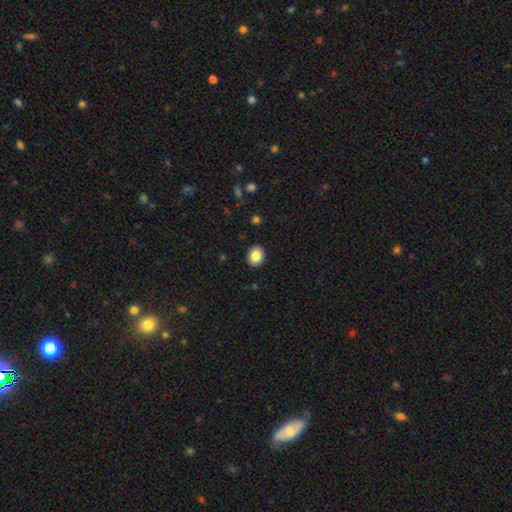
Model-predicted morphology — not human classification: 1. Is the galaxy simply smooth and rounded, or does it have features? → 86% smooth, 9% star or artifact, 6% featured or disk.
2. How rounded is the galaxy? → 55% round, 44% in between, 1% cigar-shaped.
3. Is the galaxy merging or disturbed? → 91% none, 6% minor disturbance, 2% major disturbance, 1% merger.